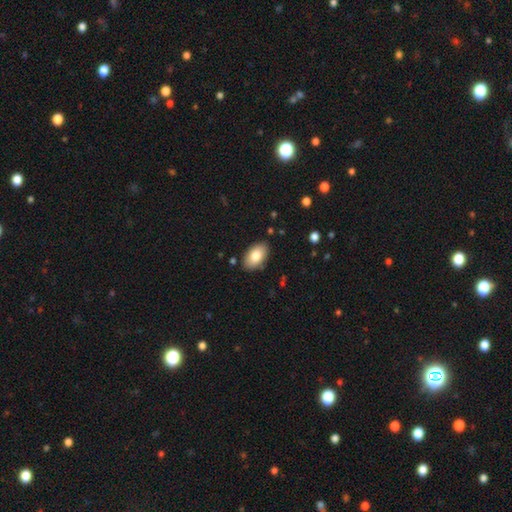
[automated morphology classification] Smooth or featured? Predicted: smooth (p=0.82). How rounded? Predicted: in between (p=0.94). Merging? Predicted: none (p=0.86).